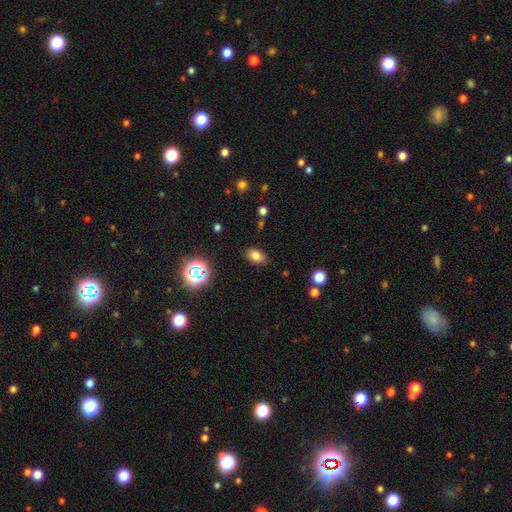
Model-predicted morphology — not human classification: A smooth galaxy with no disk features (77%) that is in between round and cigar-shaped (82%). Merging: none (84%).